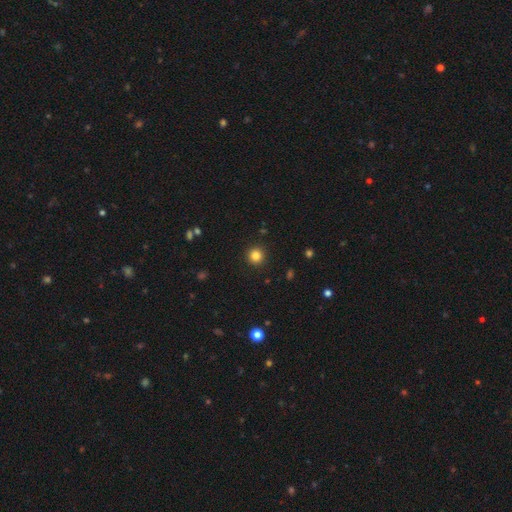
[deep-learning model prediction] Smooth or featured?
  - smooth: 83% *
  - star or artifact: 12%
  - featured or disk: 4%
How rounded?
  - round: 95% *
  - in between: 4%
  - cigar-shaped: 1%
Merging?
  - none: 92% *
  - minor disturbance: 5%
  - major disturbance: 2%
  - merger: 1%